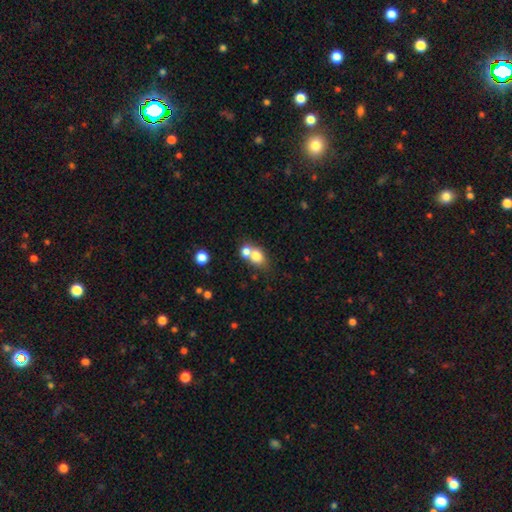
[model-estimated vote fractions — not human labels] The model was most divided on "how rounded": round: 51%, in between: 47%, cigar-shaped: 2%. More confident: smooth or featured — smooth (75%); merging — merger (59%).